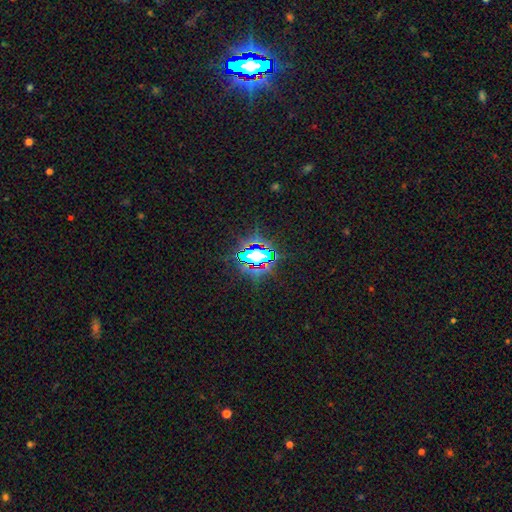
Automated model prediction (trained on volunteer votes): This is likely a star or artifact rather than a galaxy (68%).